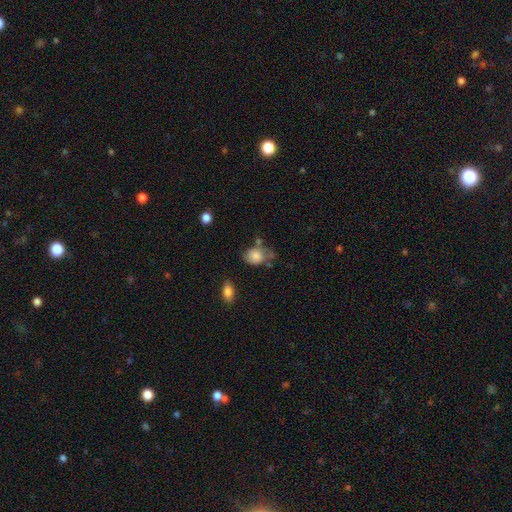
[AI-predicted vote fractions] A smooth galaxy with no disk features (83%) that is in between round and cigar-shaped (55%). Merging: none (48%).